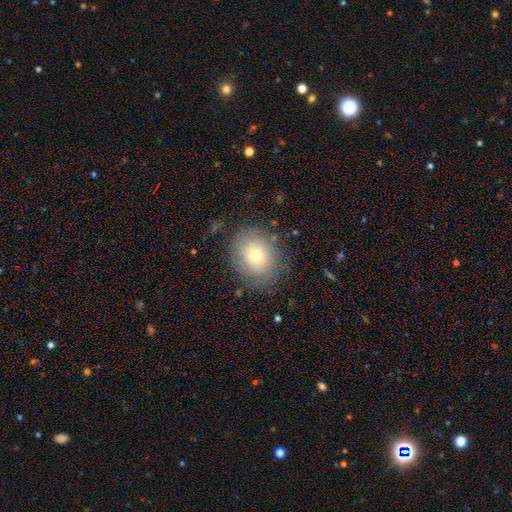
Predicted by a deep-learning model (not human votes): Smooth or featured?
  - smooth: 67% *
  - featured or disk: 22%
  - star or artifact: 11%
How rounded?
  - round: 63% *
  - in between: 37%
  - cigar-shaped: 1%
Merging?
  - none: 78% *
  - minor disturbance: 14%
  - major disturbance: 6%
  - merger: 1%